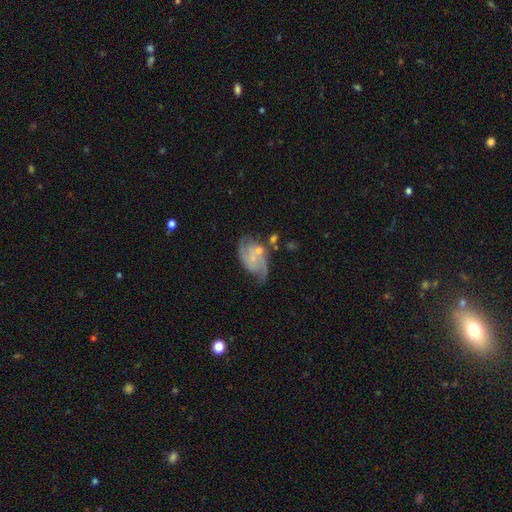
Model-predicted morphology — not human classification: Smooth or featured?
  - featured or disk: 74% *
  - smooth: 18%
  - star or artifact: 8%
Edge-on disk?
  - no: 97% *
  - yes: 3%
Bar?
  - no: 58% *
  - weak: 35%
  - strong: 7%
Spiral arms?
  - yes: 90% *
  - no: 10%
Spiral winding?
  - medium: 44% *
  - loose: 32%
  - tight: 24%
Spiral arm count?
  - 2: 70% *
  - can't tell: 14%
  - 3: 7%
  - 1: 4%
  - 4: 2%
  - more than 4: 2%
Bulge size?
  - small: 62% *
  - none: 23%
  - moderate: 13%
  - large: 1%
  - dominant: 1%
Merging?
  - none: 52% *
  - minor disturbance: 25%
  - major disturbance: 14%
  - merger: 9%